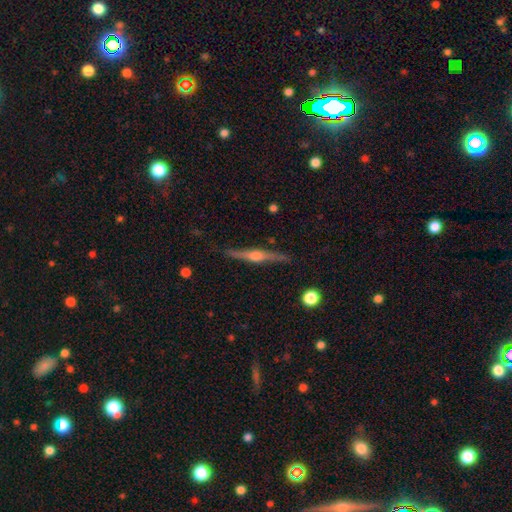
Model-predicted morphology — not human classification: The model was most divided on "smooth or featured": featured or disk: 79%, smooth: 16%, star or artifact: 5%. More confident: edge-on disk — yes (98%); edge-on bulge — rounded (91%); merging — none (86%).